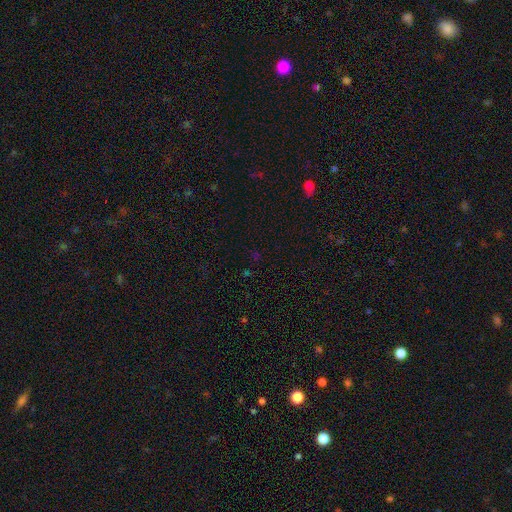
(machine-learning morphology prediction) This appears to be a star or artifact, not a galaxy (65%).